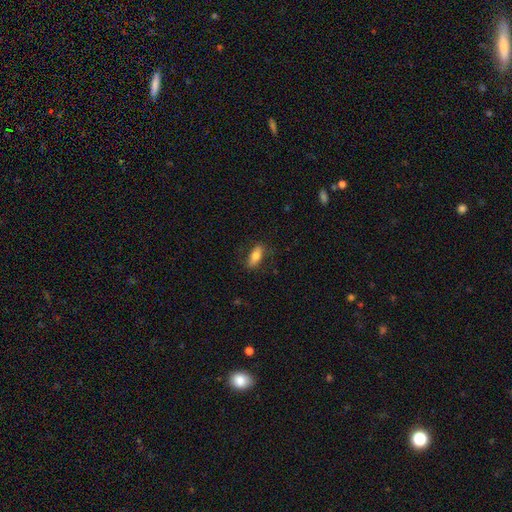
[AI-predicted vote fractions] Overall: smooth (74%). How rounded: in between (70%). Merging: none (81%).